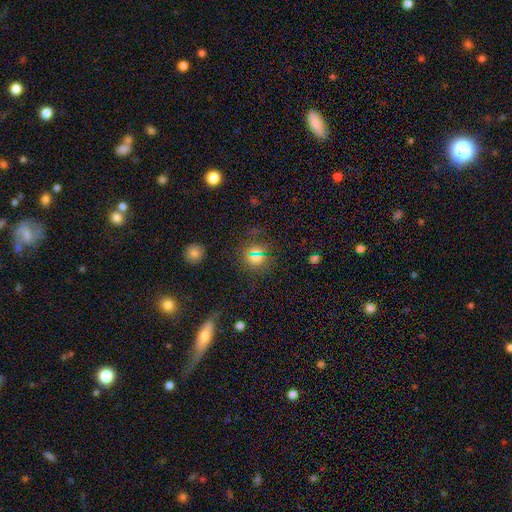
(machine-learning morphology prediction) A smooth galaxy with no disk features (53%) that is round (84%).

Vote fractions:
- Smooth or featured? smooth: 53% / star or artifact: 38% / featured or disk: 8%
- How rounded? round: 84% / in between: 14% / cigar-shaped: 2%
- Merging? none: 81% / minor disturbance: 10% / major disturbance: 6% / merger: 3%